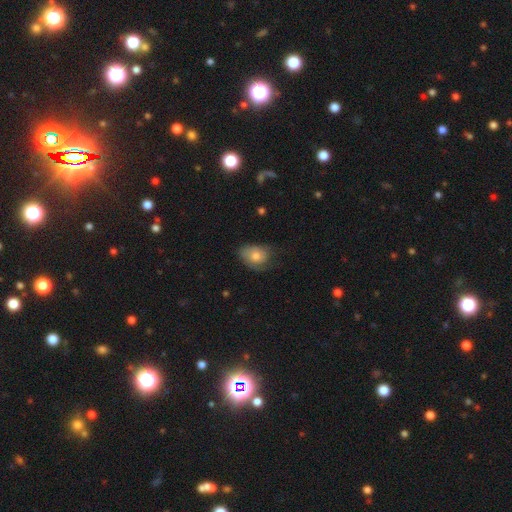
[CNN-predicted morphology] Overall: smooth (64%; featured or disk 27%). How rounded: in between (67%; round 32%). Merging: none (48%; minor disturbance 33%).